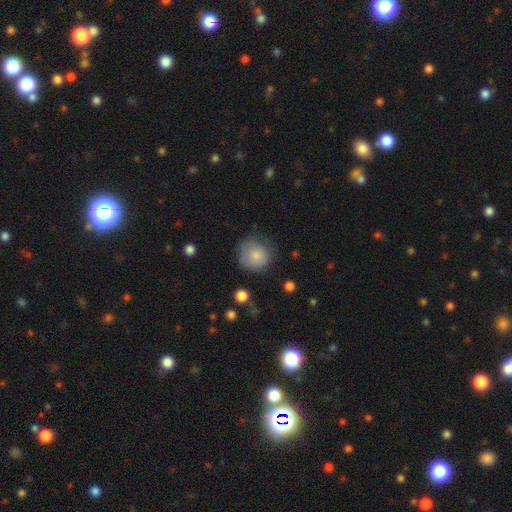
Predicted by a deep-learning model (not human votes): A smooth galaxy with no disk features (80%) that is round (88%).

Vote fractions:
- Smooth or featured? smooth: 80% / featured or disk: 12% / star or artifact: 8%
- How rounded? round: 88% / in between: 11% / cigar-shaped: 1%
- Merging? none: 62% / minor disturbance: 26% / major disturbance: 11% / merger: 2%